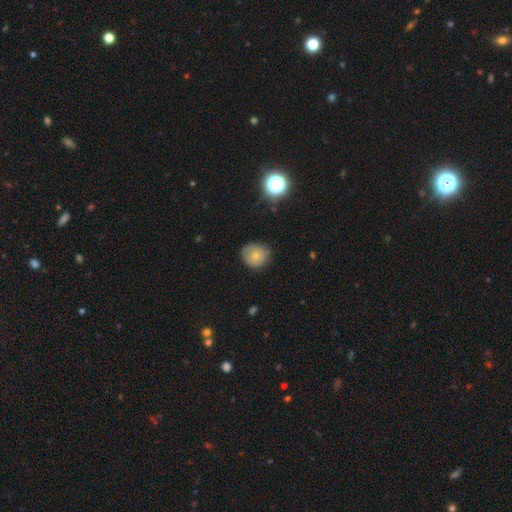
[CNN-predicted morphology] The model was most divided on "merging": none: 75%, minor disturbance: 20%, major disturbance: 4%, merger: 1%. More confident: how rounded — round (82%); smooth or featured — smooth (73%).